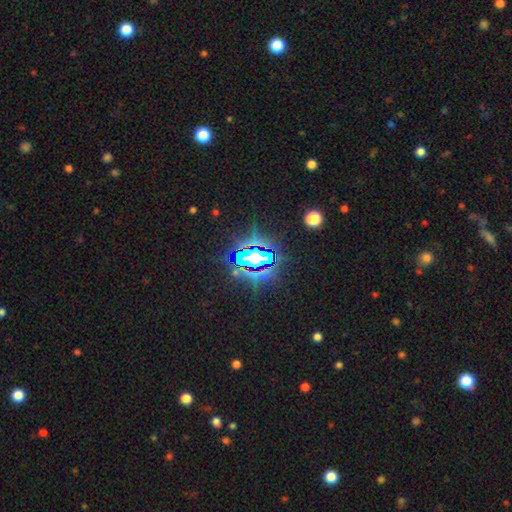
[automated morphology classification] smooth-or-featured: star or artifact: 71% | smooth: 16% | featured or disk: 12%